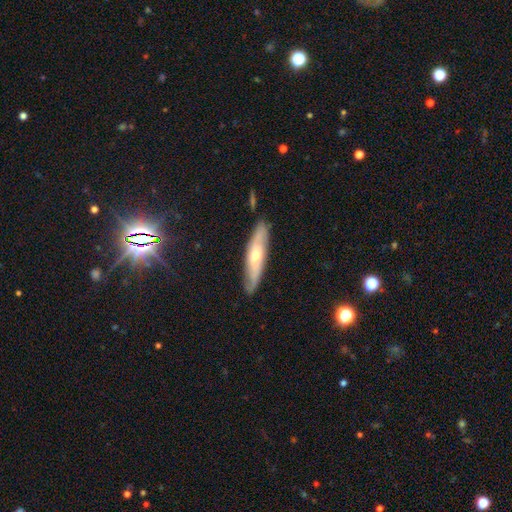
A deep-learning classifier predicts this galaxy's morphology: smooth-or-featured: featured or disk: 55% | smooth: 39% | star or artifact: 6%
  disk-edge-on: yes: 57% | no: 43%
  merging: none: 82% | minor disturbance: 13% | major disturbance: 3% | merger: 2%